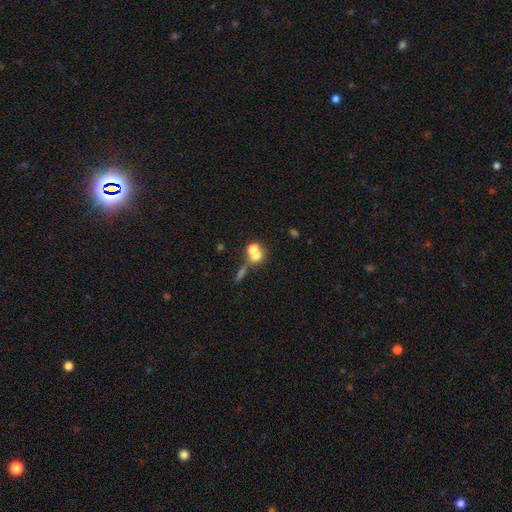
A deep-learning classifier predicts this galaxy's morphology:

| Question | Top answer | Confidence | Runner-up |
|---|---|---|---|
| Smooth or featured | smooth | 65% | featured or disk (24%) |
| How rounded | round | 67% | in between (30%) |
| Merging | merger | 61% | none (26%) |